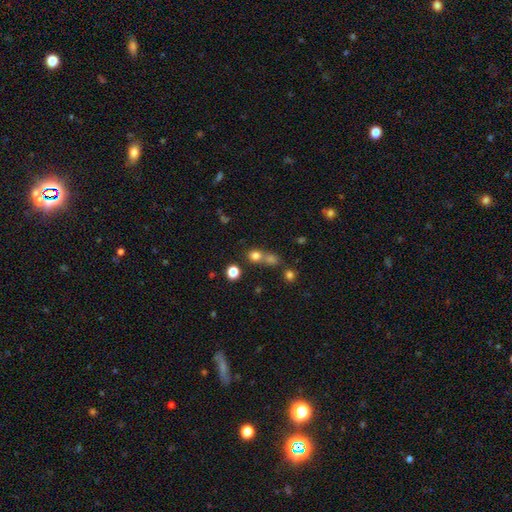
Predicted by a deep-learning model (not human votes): The model was most divided on "merging": none: 48%, merger: 41%, minor disturbance: 7%, major disturbance: 4%. More confident: how rounded — round (84%); smooth or featured — smooth (73%).